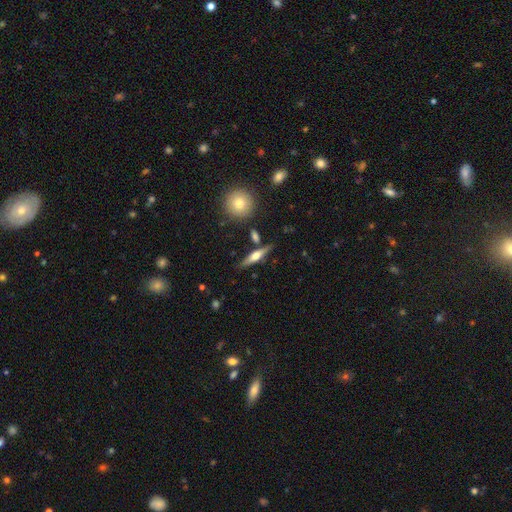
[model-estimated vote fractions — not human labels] Smooth or featured?
  - featured or disk: 61% *
  - smooth: 33%
  - star or artifact: 6%
Edge-on disk?
  - yes: 95% *
  - no: 5%
Edge-on bulge?
  - rounded: 88% *
  - boxy: 8%
  - none: 4%
Merging?
  - none: 81% *
  - minor disturbance: 10%
  - merger: 6%
  - major disturbance: 3%